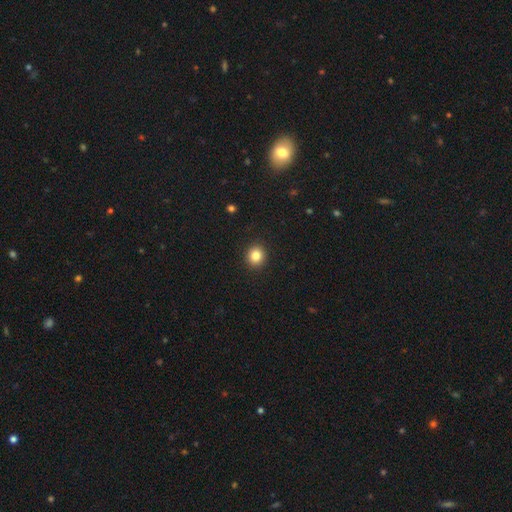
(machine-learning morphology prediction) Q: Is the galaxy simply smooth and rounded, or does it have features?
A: smooth — 84%.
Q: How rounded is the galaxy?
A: round — 85%.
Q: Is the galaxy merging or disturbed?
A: none — 92%.